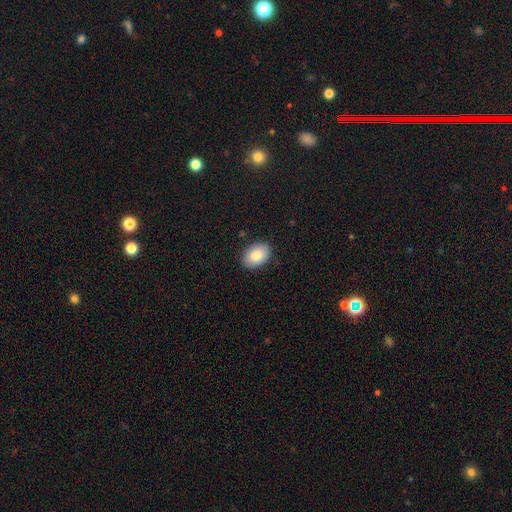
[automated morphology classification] This appears to be a smooth galaxy with no disk features (85%) that is in between round and cigar-shaped (84%). Merging: none (88%).